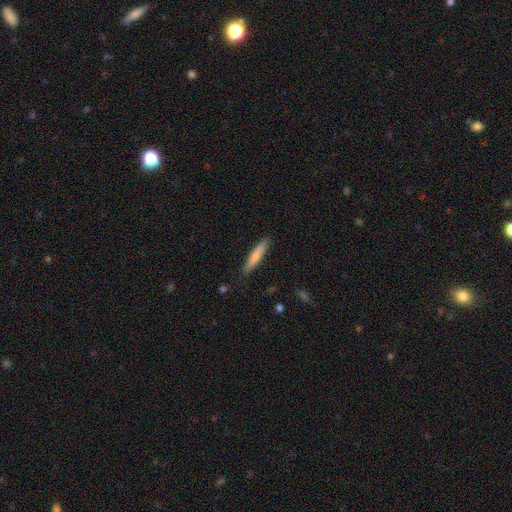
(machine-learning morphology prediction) smooth 73%, featured or disk 22%, star or artifact 6%. Down the decision tree: how rounded — cigar-shaped (90%); merging — none (88%).